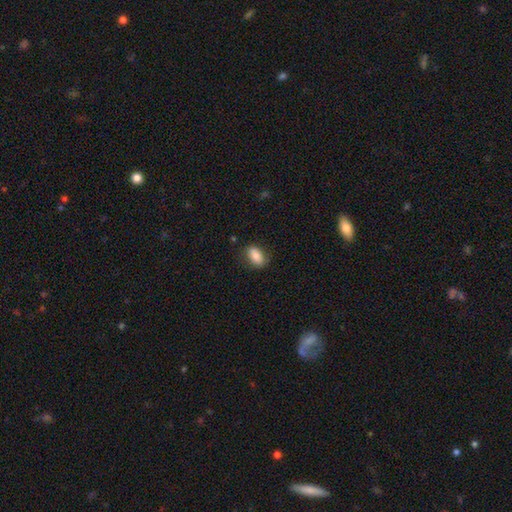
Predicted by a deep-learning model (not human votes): This is clearly a smooth galaxy (83%). How rounded: clearly in between (88%). Merging: likely none (79%).